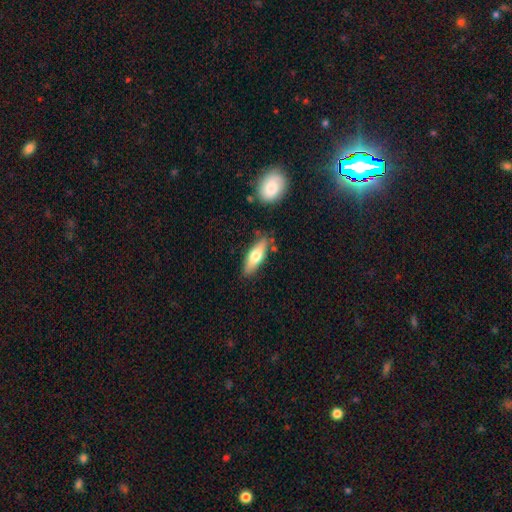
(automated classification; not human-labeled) The model was most divided on "how rounded": in between: 60%, cigar-shaped: 37%, round: 3%. More confident: merging — none (80%); smooth or featured — smooth (68%).